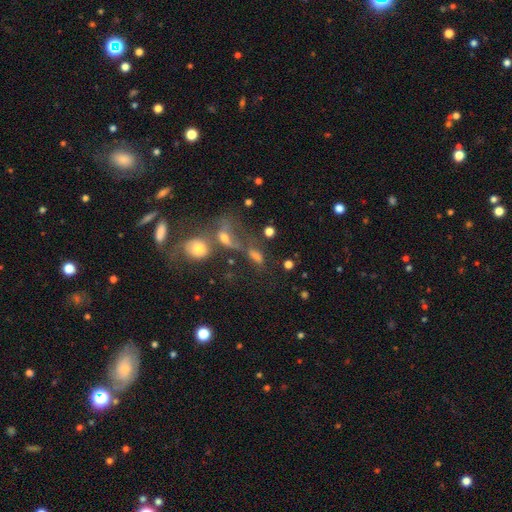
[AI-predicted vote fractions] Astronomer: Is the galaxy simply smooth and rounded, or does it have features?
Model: smooth — 48% (runner-up: featured or disk, 28%).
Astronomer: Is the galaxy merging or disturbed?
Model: merger — 39% (runner-up: none, 29%).